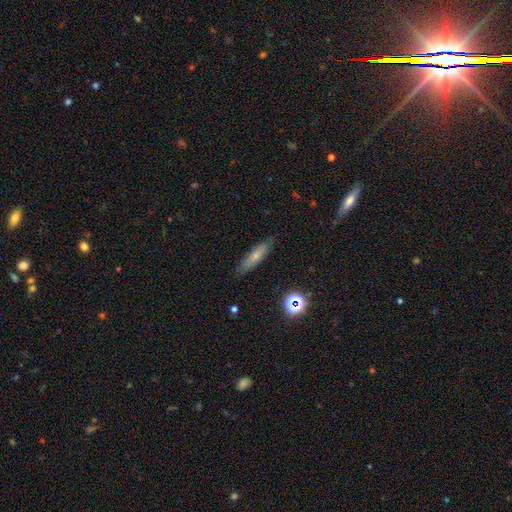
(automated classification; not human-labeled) smooth-or-featured: smooth: 63% | featured or disk: 27% | star or artifact: 10%
  how-rounded: cigar-shaped: 74% | in between: 23% | round: 3%
  merging: none: 83% | minor disturbance: 13% | major disturbance: 3% | merger: 1%